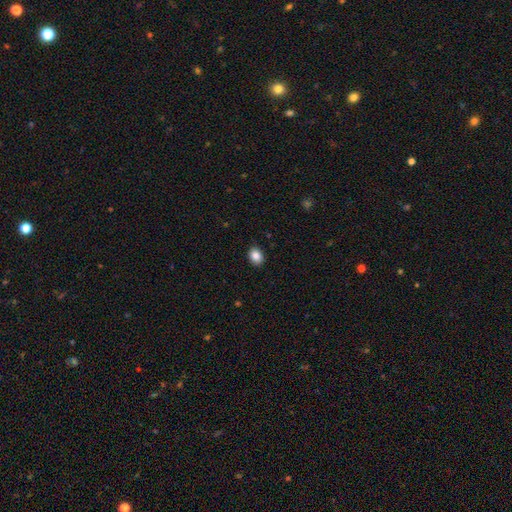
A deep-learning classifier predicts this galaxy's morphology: This appears to be a smooth galaxy with no disk features (87%) that is in between round and cigar-shaped (63%). Merging: none (90%).